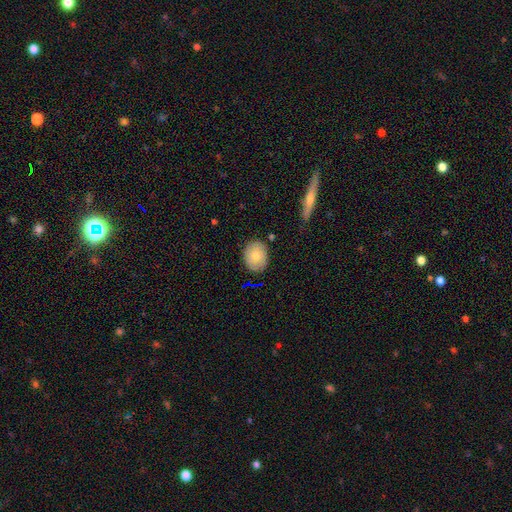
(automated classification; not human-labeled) The model was most divided on "how rounded": in between: 53%, round: 46%, cigar-shaped: 1%. More confident: merging — none (82%); smooth or featured — smooth (75%).